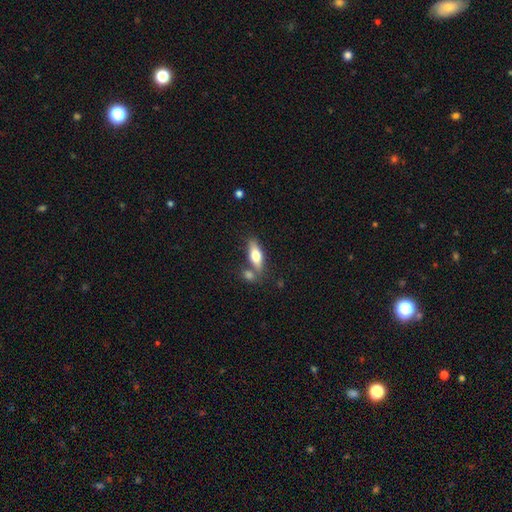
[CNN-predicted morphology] A smooth galaxy with no disk features (65%) that is in between round and cigar-shaped (63%). Merging: none (62%).